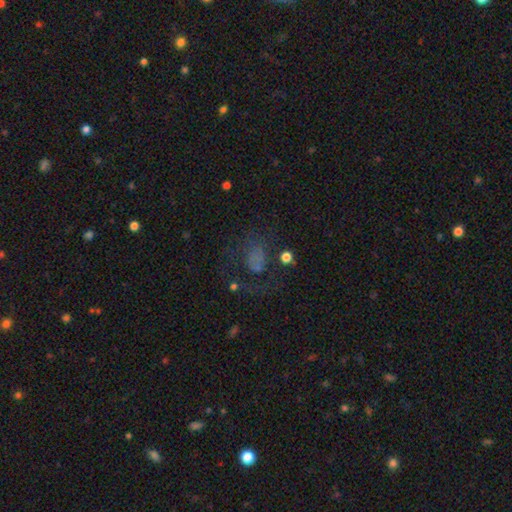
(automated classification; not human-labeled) Overall: smooth (47%; featured or disk 27%). Merging: none (44%; major disturbance 35%).